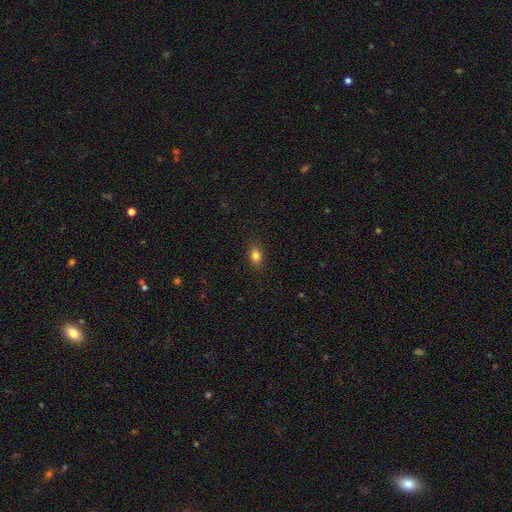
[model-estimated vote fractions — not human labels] smooth 82%, star or artifact 11%, featured or disk 7%. Down the decision tree: how rounded — in between (74%); merging — none (88%).